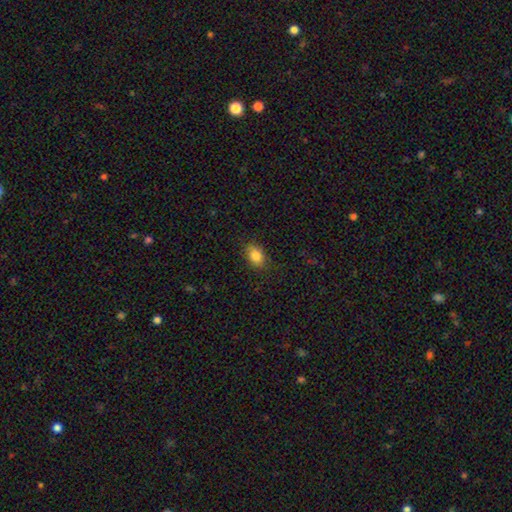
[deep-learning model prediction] Smooth or featured? Predicted: smooth (p=0.84). How rounded? Predicted: in between (p=0.69). Merging? Predicted: none (p=0.83).